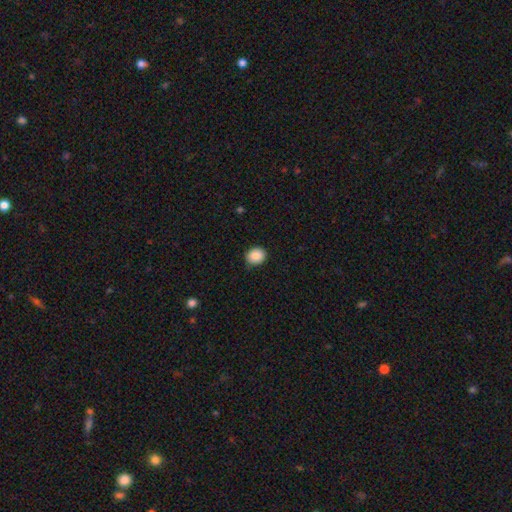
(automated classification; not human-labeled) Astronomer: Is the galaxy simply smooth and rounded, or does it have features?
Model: smooth — 87%.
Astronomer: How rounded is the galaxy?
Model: round — 67%.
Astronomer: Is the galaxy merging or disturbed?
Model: none — 83%.